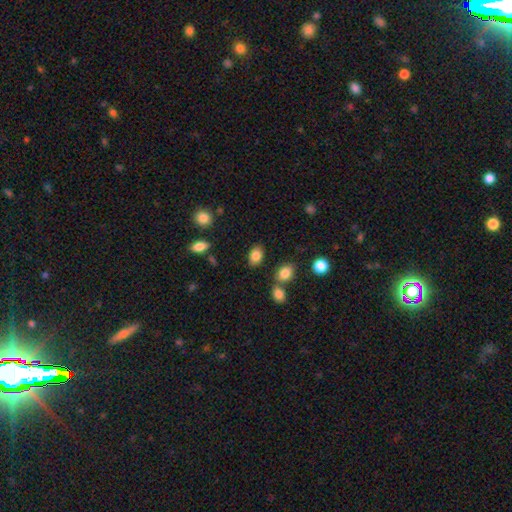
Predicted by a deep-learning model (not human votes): A smooth galaxy with no disk features (84%) that is in between round and cigar-shaped (83%).

Vote fractions:
- Smooth or featured? smooth: 84% / star or artifact: 9% / featured or disk: 7%
- How rounded? in between: 83% / round: 16% / cigar-shaped: 1%
- Merging? none: 81% / minor disturbance: 11% / merger: 5% / major disturbance: 3%